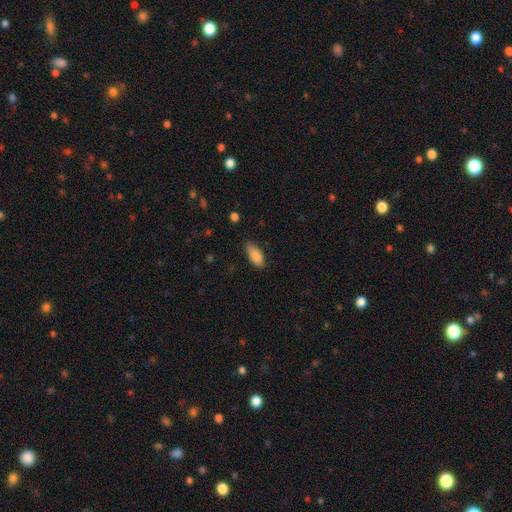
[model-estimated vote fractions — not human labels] Smooth or featured? smooth (89%)
How rounded? in between (86%)
Merging? none (80%)